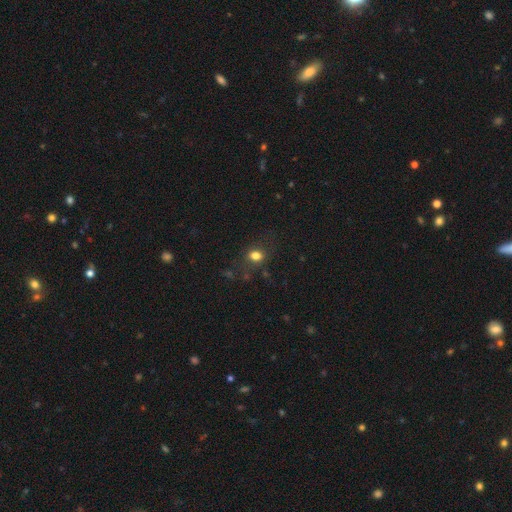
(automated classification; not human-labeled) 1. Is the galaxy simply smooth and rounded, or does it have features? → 76% smooth, 15% star or artifact, 9% featured or disk.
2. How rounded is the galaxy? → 53% in between, 45% round, 2% cigar-shaped.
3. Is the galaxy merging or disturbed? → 73% none, 16% minor disturbance, 8% major disturbance, 3% merger.